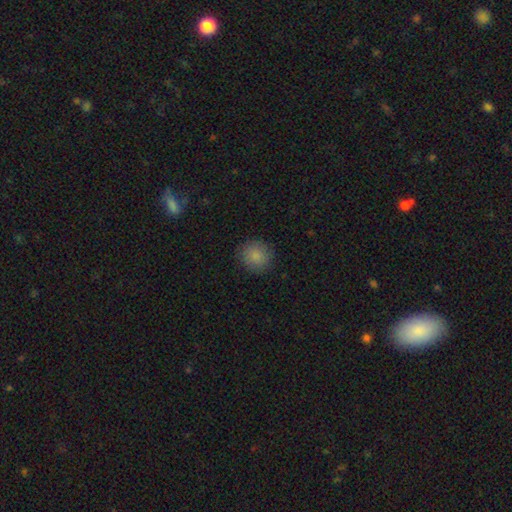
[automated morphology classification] Smooth or featured?
  - smooth: 86% *
  - star or artifact: 9%
  - featured or disk: 5%
How rounded?
  - round: 91% *
  - in between: 8%
  - cigar-shaped: 1%
Merging?
  - none: 87% *
  - minor disturbance: 9%
  - major disturbance: 3%
  - merger: 1%